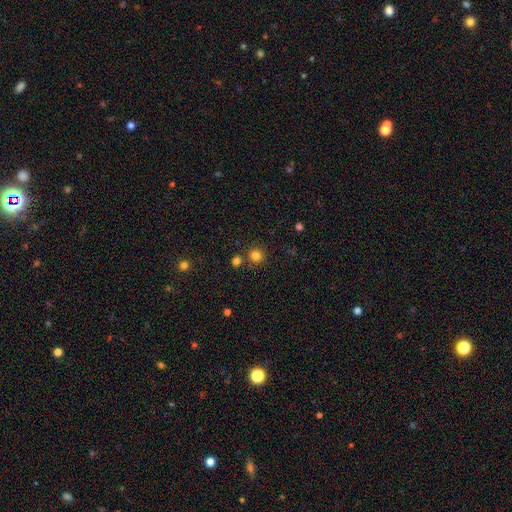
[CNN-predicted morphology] Overall: smooth (81%). How rounded: round (93%). Merging: none (80%).